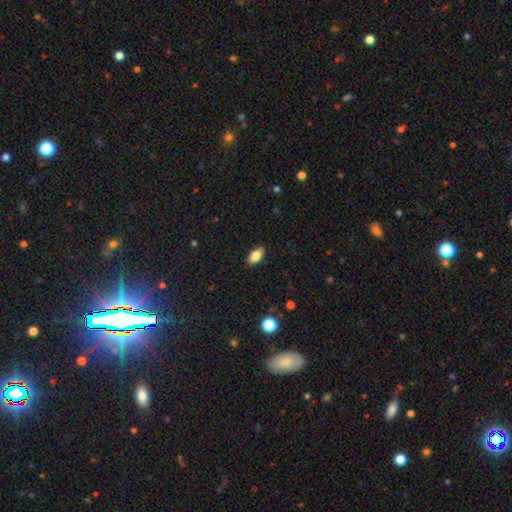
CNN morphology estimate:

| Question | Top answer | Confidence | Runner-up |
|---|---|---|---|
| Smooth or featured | smooth | 84% | featured or disk (8%) |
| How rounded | in between | 92% | cigar-shaped (4%) |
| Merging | none | 89% | minor disturbance (8%) |